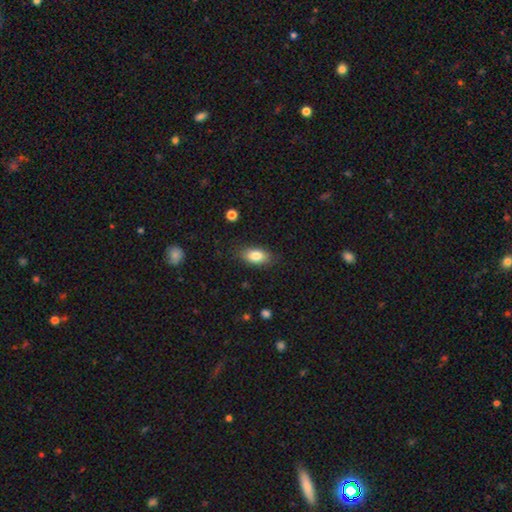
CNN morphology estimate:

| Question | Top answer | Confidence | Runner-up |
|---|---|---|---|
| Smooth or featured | smooth | 84% | featured or disk (9%) |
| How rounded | in between | 90% | round (6%) |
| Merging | none | 84% | minor disturbance (12%) |